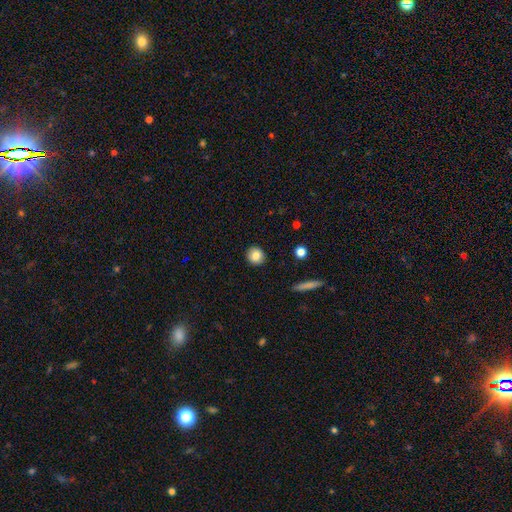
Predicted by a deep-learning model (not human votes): Smooth or featured? smooth (83%)
How rounded? round (88%)
Merging? none (91%)